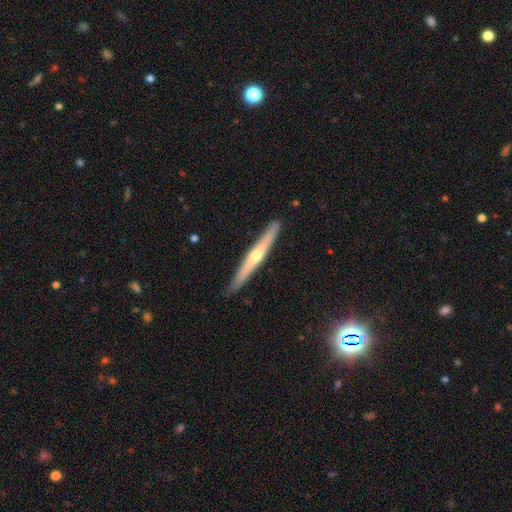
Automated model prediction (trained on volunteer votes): Q: Smooth or featured?
A: featured or disk (67%); runner-up: smooth (26%)
Q: Edge-on disk?
A: yes (96%); runner-up: no (4%)
Q: Edge-on bulge?
A: rounded (78%); runner-up: none (19%)
Q: Merging?
A: none (90%); runner-up: minor disturbance (7%)